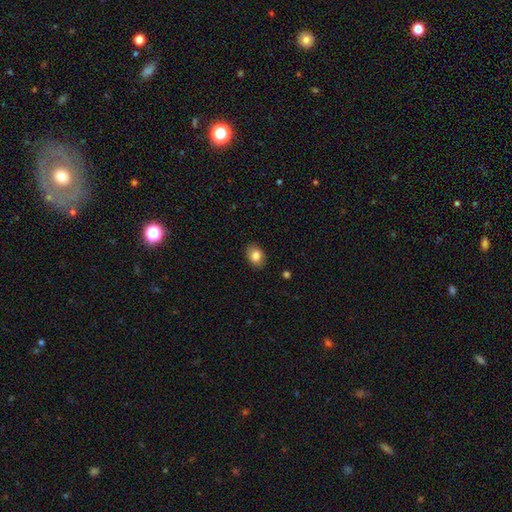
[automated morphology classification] Q: Smooth or featured?
A: smooth (83%); runner-up: star or artifact (9%)
Q: How rounded?
A: in between (66%); runner-up: round (33%)
Q: Merging?
A: none (87%); runner-up: minor disturbance (10%)